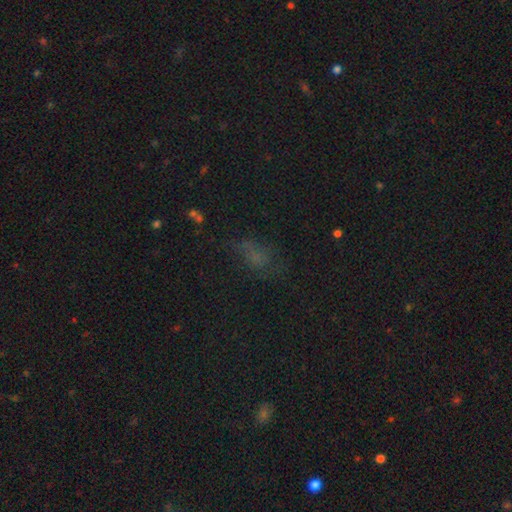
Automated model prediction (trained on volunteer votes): Smooth or featured? smooth (49%)
Merging? none (47%)